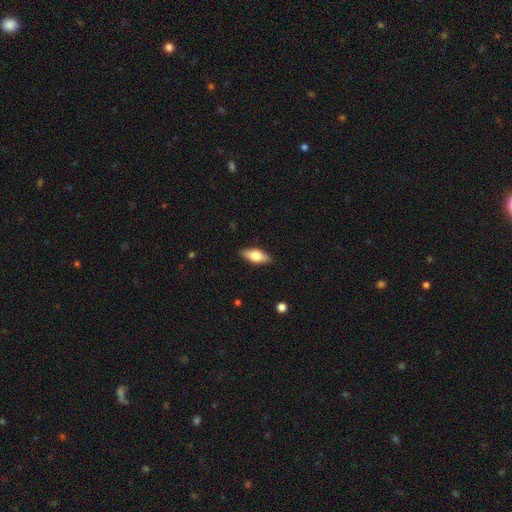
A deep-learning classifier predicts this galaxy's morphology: Smooth or featured? smooth (64%)
How rounded? in between (77%)
Merging? none (88%)